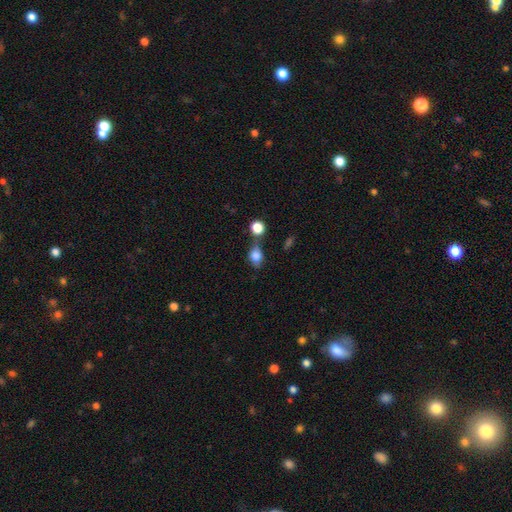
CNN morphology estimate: A smooth galaxy with no disk features (75%) that is in between round and cigar-shaped (57%).

Vote fractions:
- Smooth or featured? smooth: 75% / featured or disk: 15% / star or artifact: 11%
- How rounded? in between: 57% / round: 40% / cigar-shaped: 3%
- Merging? none: 49% / minor disturbance: 21% / merger: 20% / major disturbance: 9%